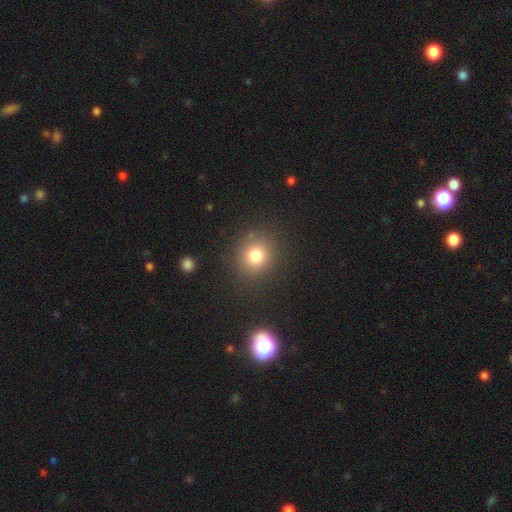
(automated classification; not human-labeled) smooth-or-featured: smooth: 79% | star or artifact: 14% | featured or disk: 7%
  how-rounded: round: 84% | in between: 15% | cigar-shaped: 1%
  merging: none: 86% | minor disturbance: 8% | major disturbance: 4% | merger: 2%